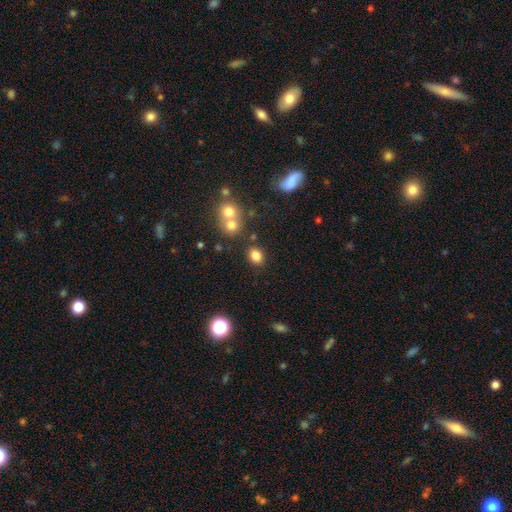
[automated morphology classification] smooth 82%, star or artifact 12%, featured or disk 6%. Down the decision tree: how rounded — in between (57%); merging — none (77%).